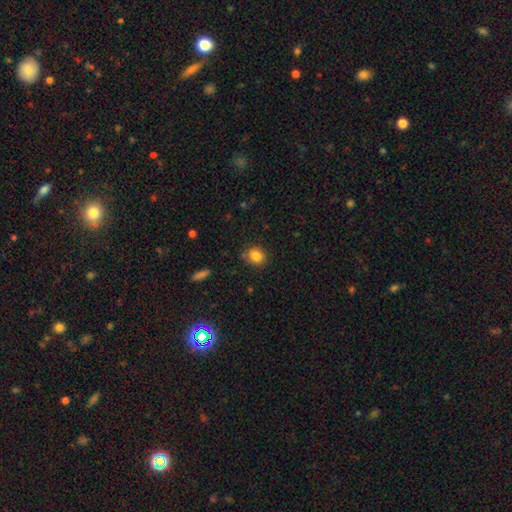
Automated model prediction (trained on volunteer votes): smooth 84%, star or artifact 10%, featured or disk 5%. Down the decision tree: how rounded — round (59%); merging — none (79%).